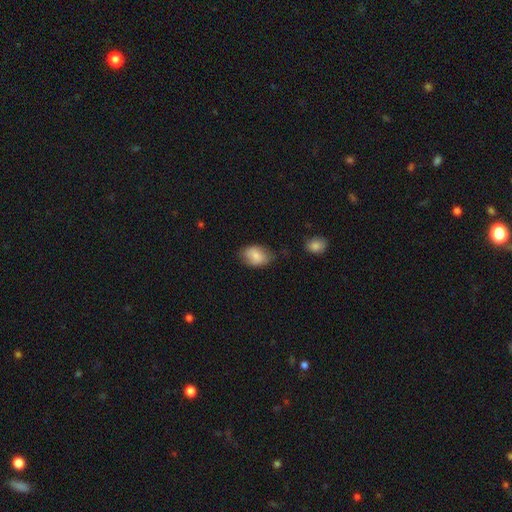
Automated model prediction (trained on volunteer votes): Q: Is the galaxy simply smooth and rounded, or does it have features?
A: smooth — 80%.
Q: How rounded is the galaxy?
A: in between — 85%.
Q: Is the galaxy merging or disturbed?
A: none — 66%.